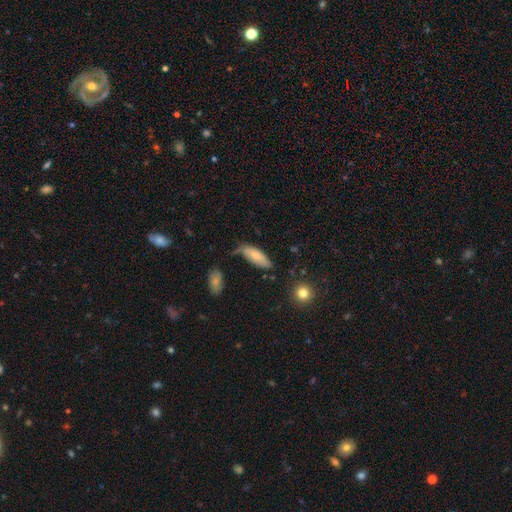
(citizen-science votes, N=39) Smooth or featured? 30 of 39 (77%) said smooth. How rounded? 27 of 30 (90%) said in between. Merging? 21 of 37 (57%) said minor disturbance.